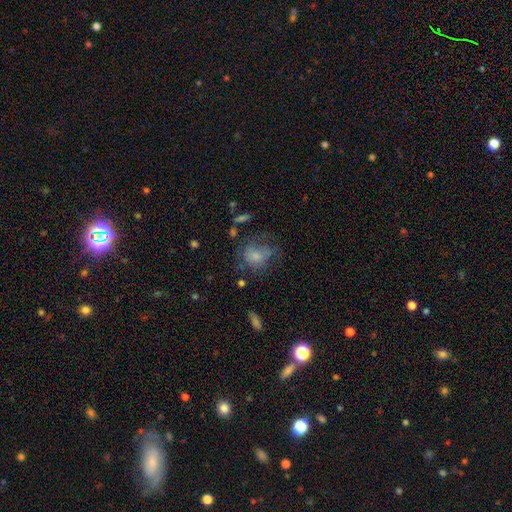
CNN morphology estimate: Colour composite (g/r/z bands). It shows a smooth galaxy with no disk features (64%) that is round (59%). Merging: none (43%).